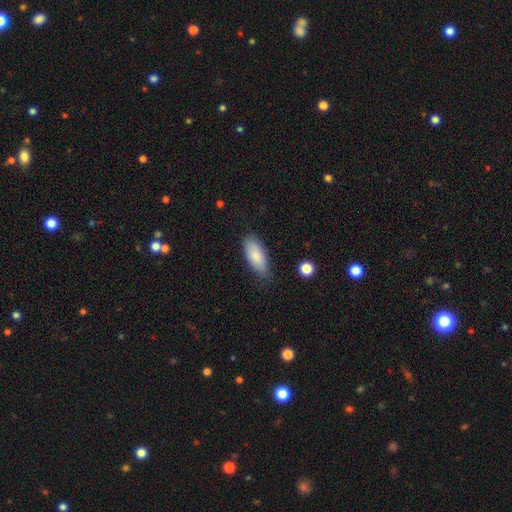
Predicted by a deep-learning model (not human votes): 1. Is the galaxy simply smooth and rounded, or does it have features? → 82% smooth, 11% featured or disk, 6% star or artifact.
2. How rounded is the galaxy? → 81% in between, 17% cigar-shaped, 2% round.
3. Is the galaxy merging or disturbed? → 77% none, 18% minor disturbance, 3% major disturbance, 2% merger.